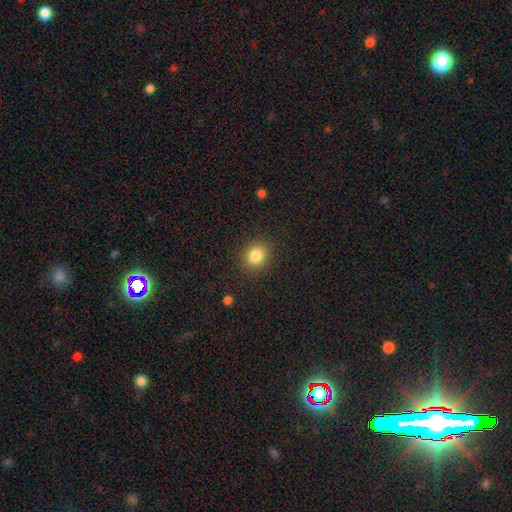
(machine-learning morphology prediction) A smooth galaxy with no disk features (84%) that is round (70%).

Vote fractions:
- Smooth or featured? smooth: 84% / star or artifact: 10% / featured or disk: 6%
- How rounded? round: 70% / in between: 29% / cigar-shaped: 1%
- Merging? none: 88% / minor disturbance: 8% / major disturbance: 3% / merger: 1%